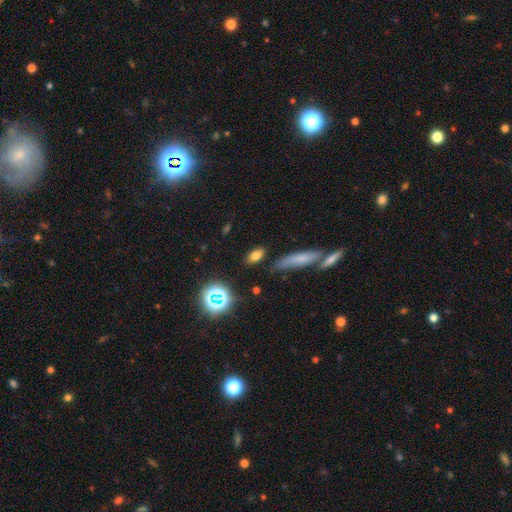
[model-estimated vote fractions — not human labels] A smooth galaxy with no disk features (74%) that is in between round and cigar-shaped (80%). Merging: none (81%).